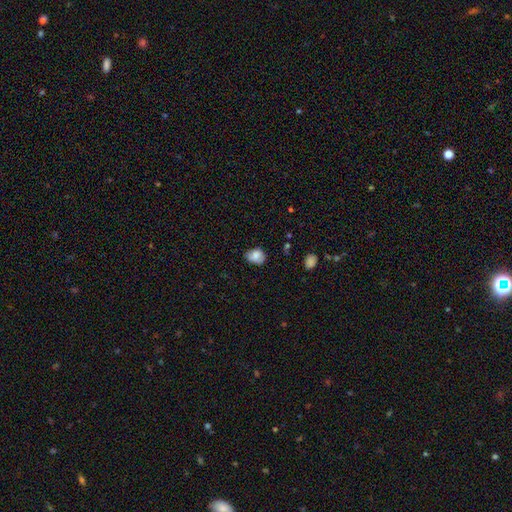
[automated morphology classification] smooth 80%, featured or disk 11%, star or artifact 9%. Down the decision tree: how rounded — in between (61%); merging — none (61%).